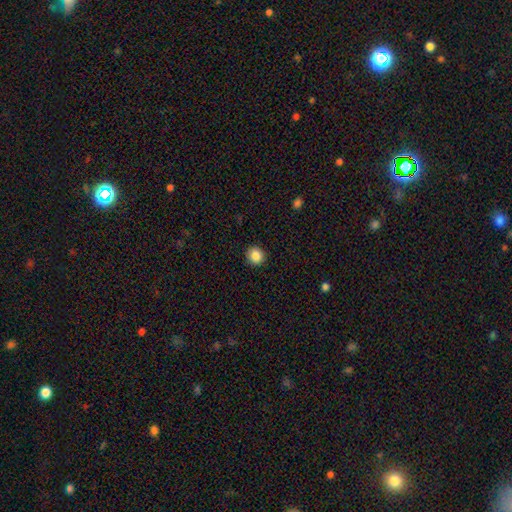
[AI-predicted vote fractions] Smooth or featured?
  - smooth: 86% *
  - star or artifact: 9%
  - featured or disk: 4%
How rounded?
  - round: 89% *
  - in between: 10%
  - cigar-shaped: 1%
Merging?
  - none: 91% *
  - minor disturbance: 6%
  - major disturbance: 2%
  - merger: 1%